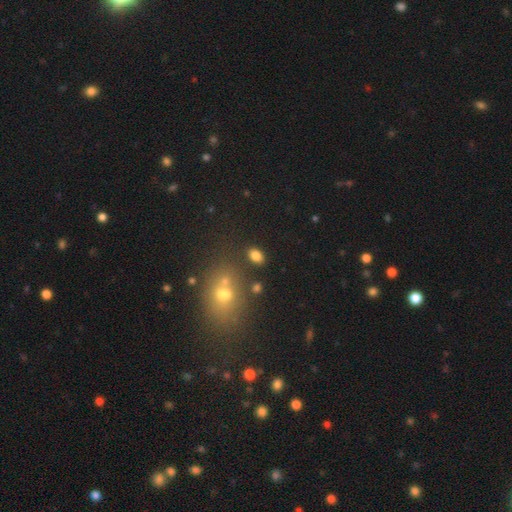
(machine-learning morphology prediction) Smooth or featured: smooth — 81% (star or artifact — 12%)
How rounded: in between — 84% (round — 14%)
Merging: none — 80% (minor disturbance — 10%)